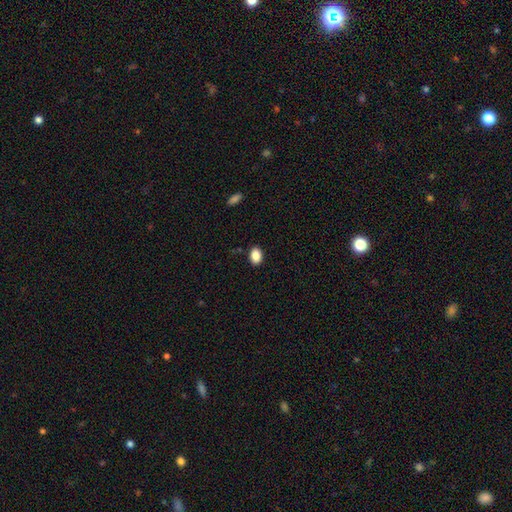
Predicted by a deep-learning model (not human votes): Smooth or featured?
  - smooth: 88% *
  - star or artifact: 8%
  - featured or disk: 4%
How rounded?
  - in between: 80% *
  - round: 19%
  - cigar-shaped: 1%
Merging?
  - none: 88% *
  - minor disturbance: 9%
  - major disturbance: 2%
  - merger: 1%